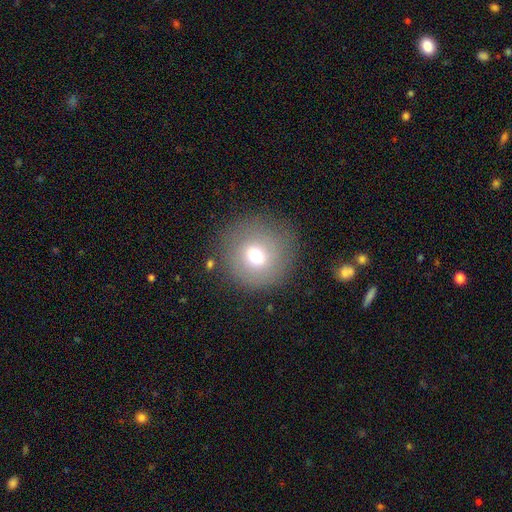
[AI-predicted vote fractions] The model was most divided on "smooth or featured": smooth: 68%, featured or disk: 17%, star or artifact: 15%. More confident: how rounded — round (92%); merging — none (85%).